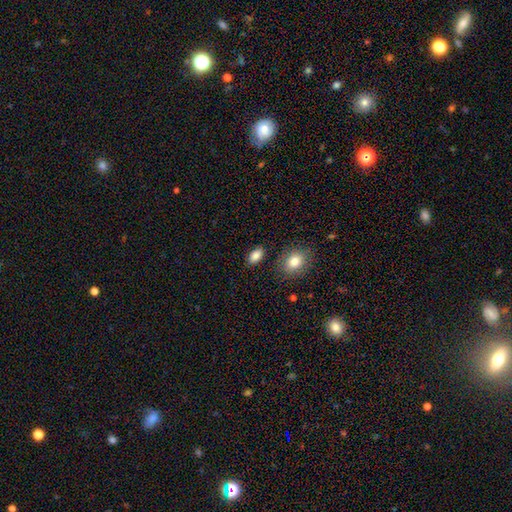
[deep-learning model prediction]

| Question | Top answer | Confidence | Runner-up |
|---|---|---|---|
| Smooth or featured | smooth | 87% | star or artifact (8%) |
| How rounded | in between | 90% | round (7%) |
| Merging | none | 86% | minor disturbance (9%) |